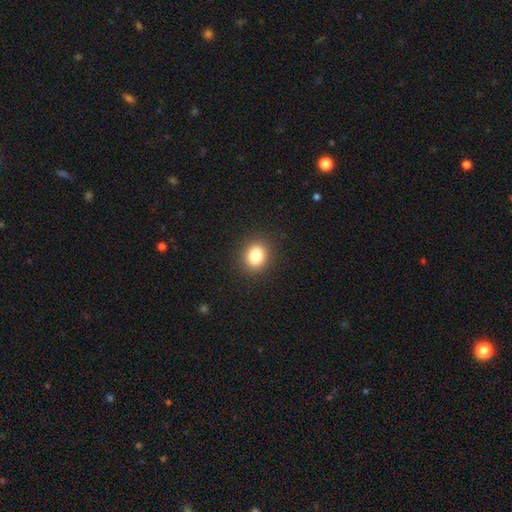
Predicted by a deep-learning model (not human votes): Overall: smooth (84%). How rounded: round (65%; in between 34%). Merging: none (90%).